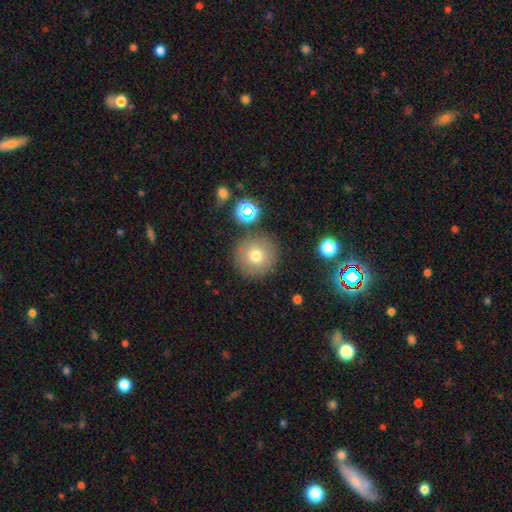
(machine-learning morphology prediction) A smooth galaxy with no disk features (73%) that is round (96%).

Vote fractions:
- Smooth or featured? smooth: 73% / featured or disk: 14% / star or artifact: 13%
- How rounded? round: 96% / in between: 3% / cigar-shaped: 1%
- Merging? none: 83% / minor disturbance: 9% / merger: 5% / major disturbance: 3%